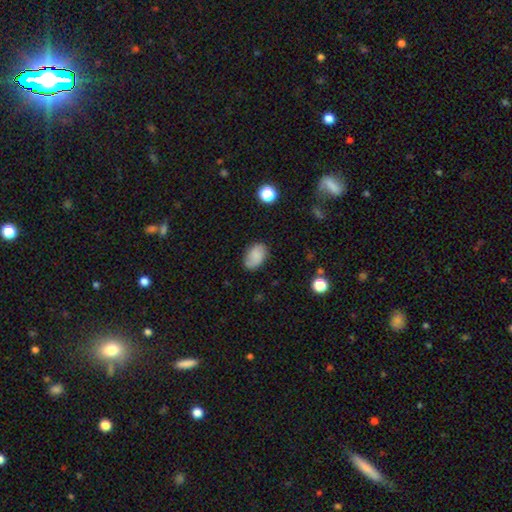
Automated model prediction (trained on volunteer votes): The model was most divided on "merging": none: 80%, minor disturbance: 15%, major disturbance: 3%, merger: 1%. More confident: how rounded — in between (90%); smooth or featured — smooth (78%).